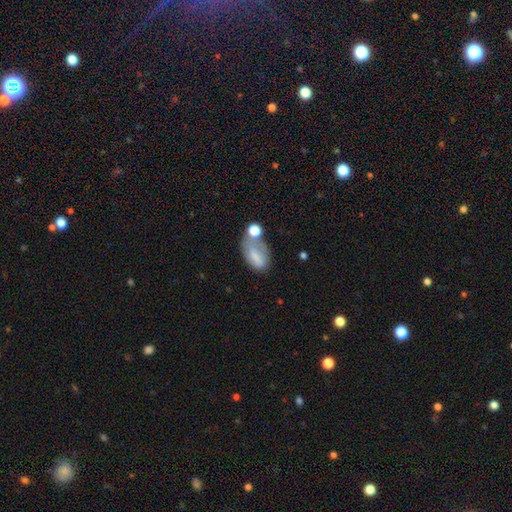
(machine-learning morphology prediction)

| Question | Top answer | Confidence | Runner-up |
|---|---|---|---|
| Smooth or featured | smooth | 67% | featured or disk (24%) |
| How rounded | in between | 87% | round (10%) |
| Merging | none | 34% | minor disturbance (26%) |